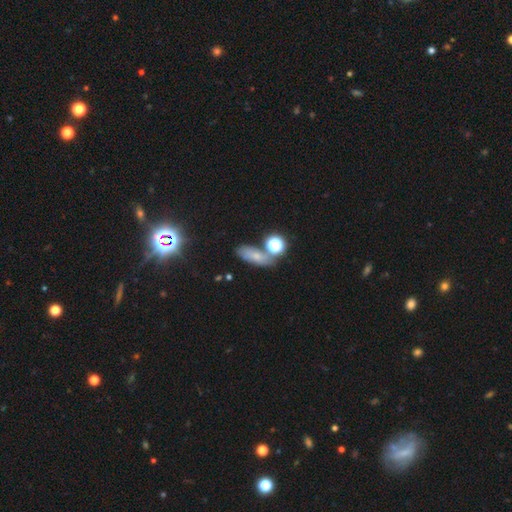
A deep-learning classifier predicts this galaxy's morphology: This is possibly a smooth galaxy (57%). How rounded: likely in between (64%). Merging: likely none (61%).